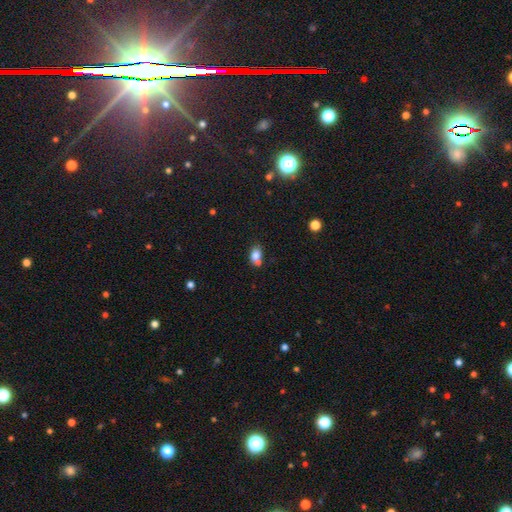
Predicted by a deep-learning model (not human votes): Overall: smooth (79%). How rounded: in between (73%). Merging: none (46%; merger 35%).